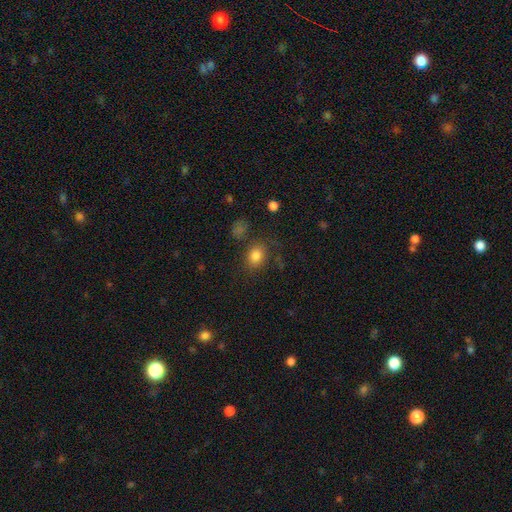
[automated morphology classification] A smooth galaxy with no disk features (82%) that is in between round and cigar-shaped (57%). Merging: none (75%).